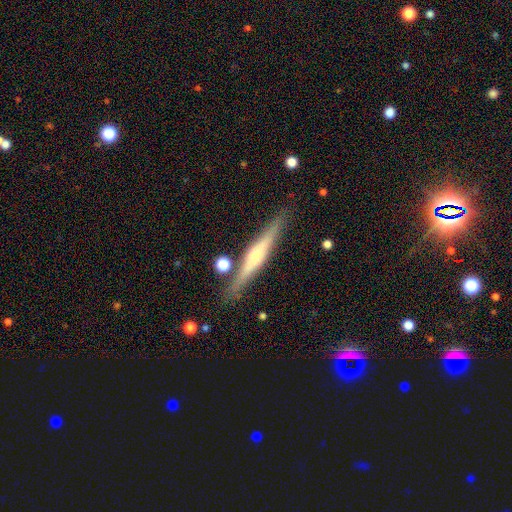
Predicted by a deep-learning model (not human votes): The model was most divided on "smooth or featured": featured or disk: 64%, smooth: 30%, star or artifact: 6%. More confident: edge-on disk — yes (97%); merging — none (86%); edge-on bulge — rounded (72%).